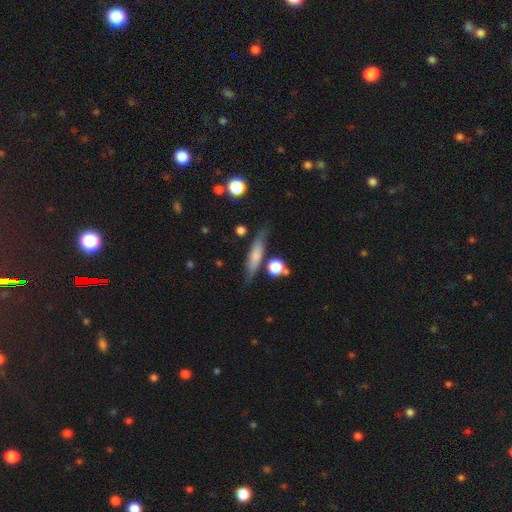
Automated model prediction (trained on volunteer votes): A smooth galaxy with no disk features (57%) that is cigar-shaped (74%).

Vote fractions:
- Smooth or featured? smooth: 57% / featured or disk: 36% / star or artifact: 7%
- How rounded? cigar-shaped: 74% / in between: 21% / round: 4%
- Merging? none: 75% / minor disturbance: 16% / merger: 5% / major disturbance: 4%